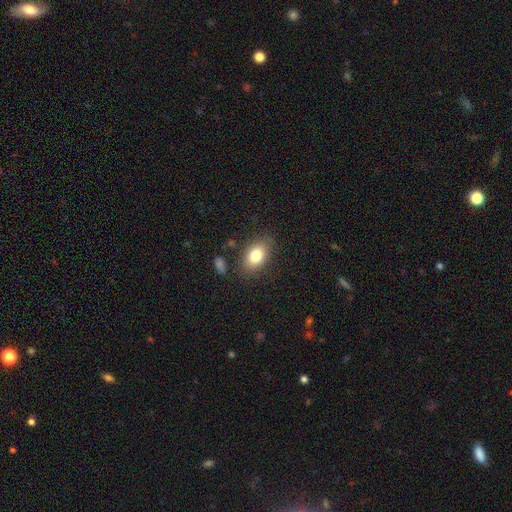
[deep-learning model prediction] This appears to be a smooth galaxy with no disk features (81%) that is in between round and cigar-shaped (86%). Merging: none (81%).